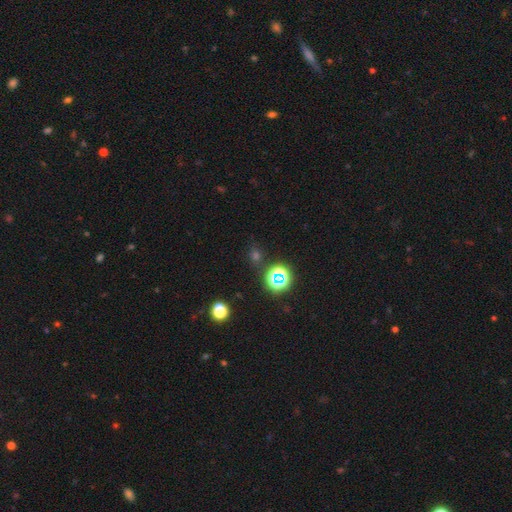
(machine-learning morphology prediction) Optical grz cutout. It shows a star or artifact, not a galaxy (55%).